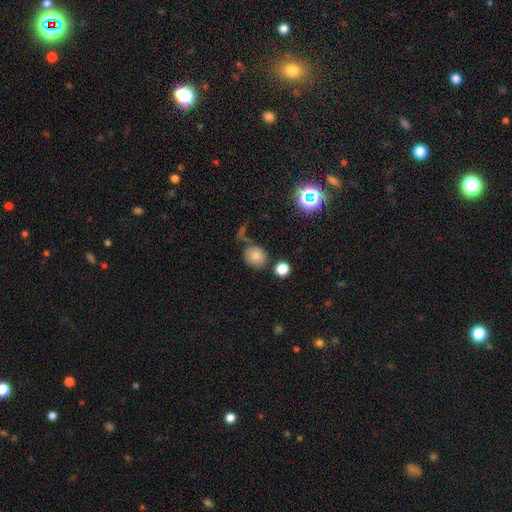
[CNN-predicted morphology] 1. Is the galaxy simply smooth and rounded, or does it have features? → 77% smooth, 13% star or artifact, 10% featured or disk.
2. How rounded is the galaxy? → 80% round, 19% in between, 1% cigar-shaped.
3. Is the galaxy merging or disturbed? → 67% none, 16% minor disturbance, 11% merger, 6% major disturbance.